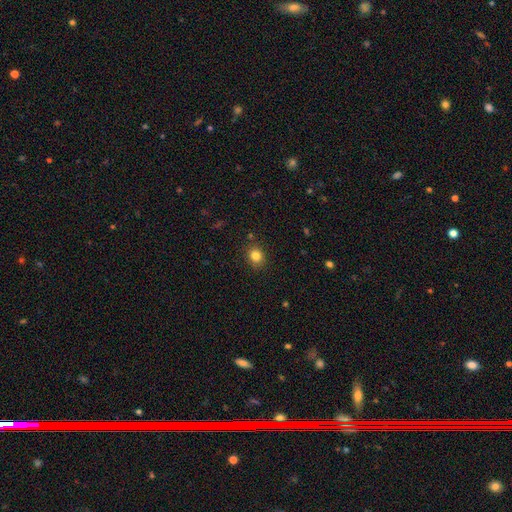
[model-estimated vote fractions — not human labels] The model was most divided on "how rounded": round: 68%, in between: 31%, cigar-shaped: 1%. More confident: merging — none (87%); smooth or featured — smooth (82%).